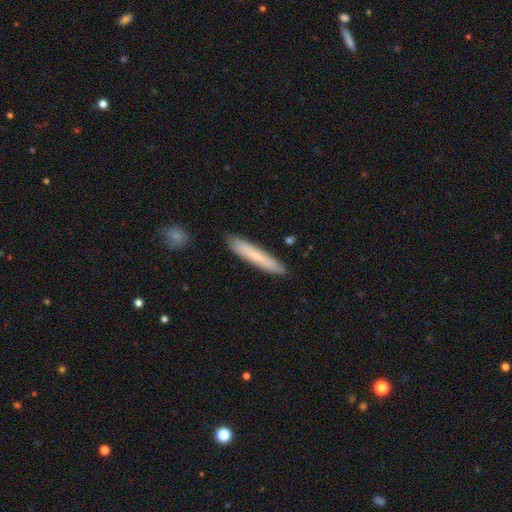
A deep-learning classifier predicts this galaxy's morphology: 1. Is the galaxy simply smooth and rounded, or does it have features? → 67% smooth, 27% featured or disk, 6% star or artifact.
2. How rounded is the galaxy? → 93% cigar-shaped, 6% in between, 1% round.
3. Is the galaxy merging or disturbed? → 88% none, 9% minor disturbance, 2% major disturbance, 2% merger.